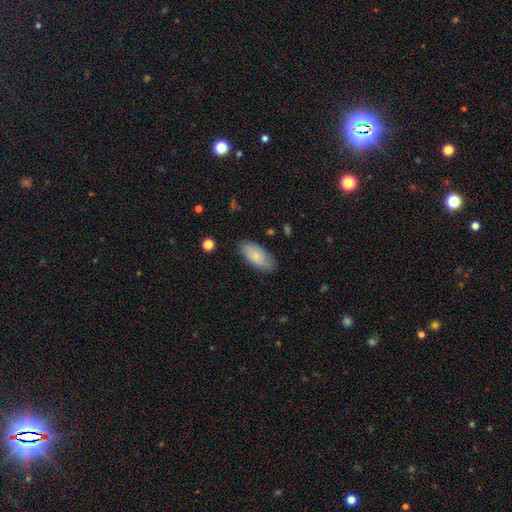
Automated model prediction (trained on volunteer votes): Smooth or featured: smooth — 67% (featured or disk — 26%)
How rounded: in between — 90% (cigar-shaped — 7%)
Merging: none — 79% (minor disturbance — 17%)